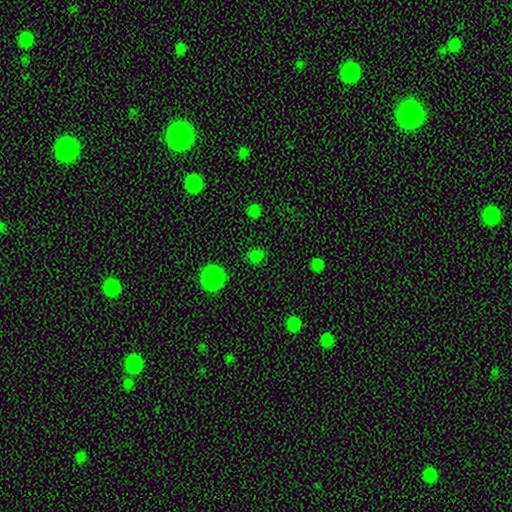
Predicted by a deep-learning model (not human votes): A smooth galaxy with no disk features (64%) that is round (83%).

Vote fractions:
- Smooth or featured? smooth: 64% / star or artifact: 31% / featured or disk: 5%
- How rounded? round: 83% / in between: 16% / cigar-shaped: 1%
- Merging? none: 85% / minor disturbance: 8% / major disturbance: 4% / merger: 3%